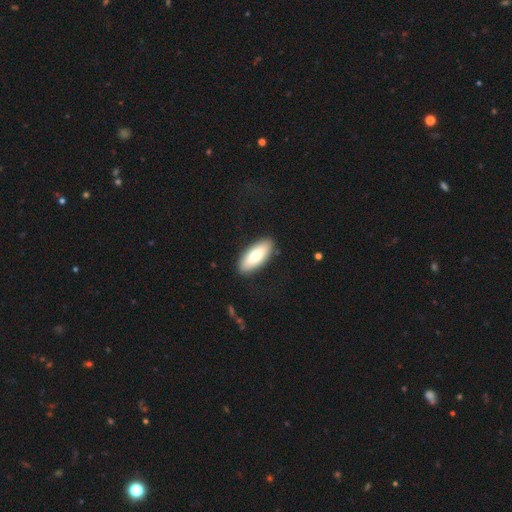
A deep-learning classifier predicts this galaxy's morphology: Q: Smooth or featured?
A: smooth (71%); runner-up: featured or disk (23%)
Q: How rounded?
A: in between (81%); runner-up: cigar-shaped (17%)
Q: Merging?
A: none (89%); runner-up: minor disturbance (8%)